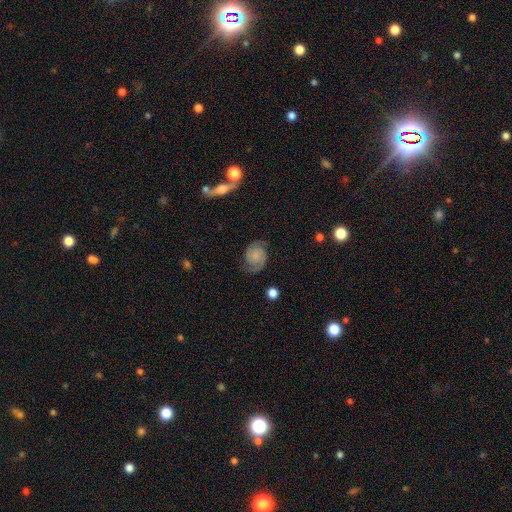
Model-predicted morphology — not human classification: A featured or disk galaxy (76%) with no bar (74%), 2 (91%) medium (44%) spiral arms (96%) and a small central bulge (43%). Merging: none (76%).